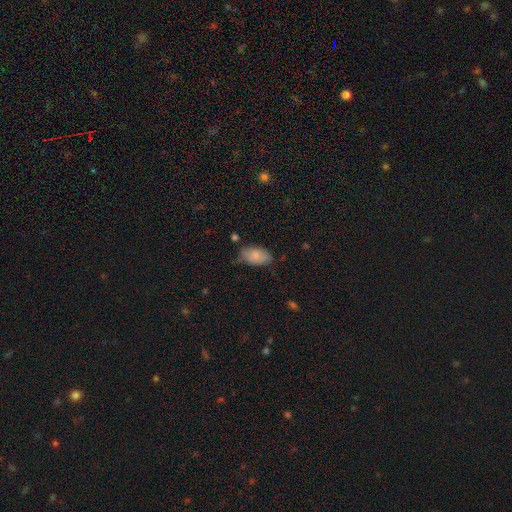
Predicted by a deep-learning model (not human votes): Overall: smooth (82%). How rounded: in between (93%). Merging: none (64%; minor disturbance 28%).